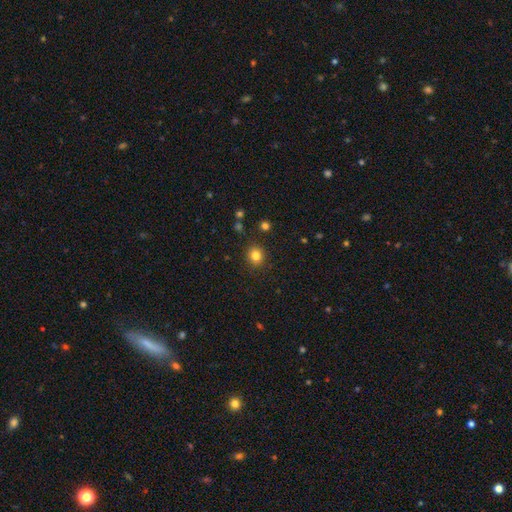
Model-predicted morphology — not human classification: type=smooth (82%); roundness=round (84%); merging=none (89%).